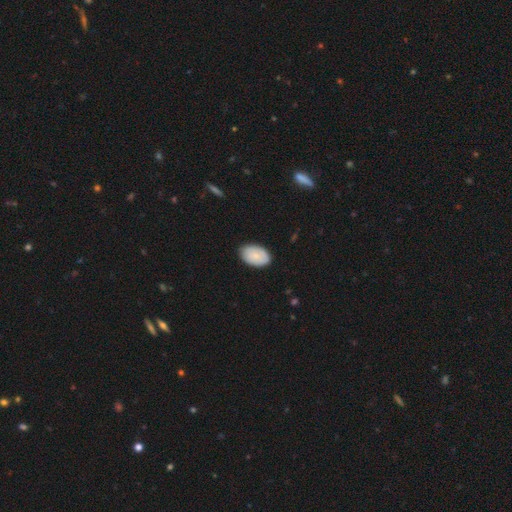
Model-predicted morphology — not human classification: Overall: smooth (74%). How rounded: in between (91%). Merging: none (84%).